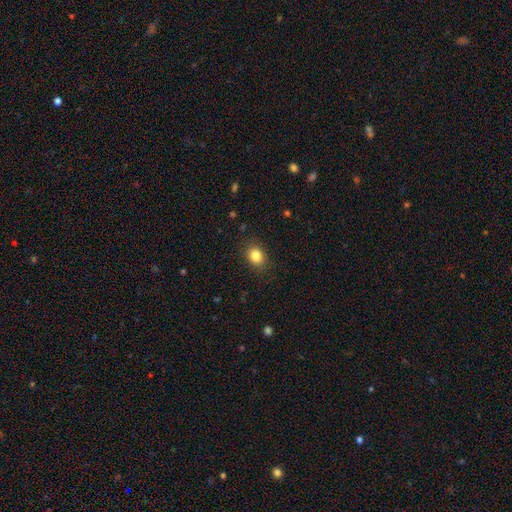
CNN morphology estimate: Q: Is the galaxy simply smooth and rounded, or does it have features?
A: smooth — 84%.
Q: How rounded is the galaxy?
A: round — 50%.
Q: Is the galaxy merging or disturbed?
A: none — 86%.